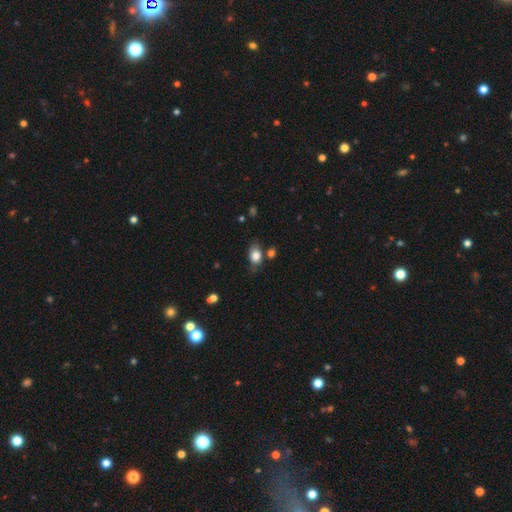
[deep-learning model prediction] Smooth or featured? Predicted: smooth (p=0.81). How rounded? Predicted: in between (p=0.80). Merging? Predicted: none (p=0.64).